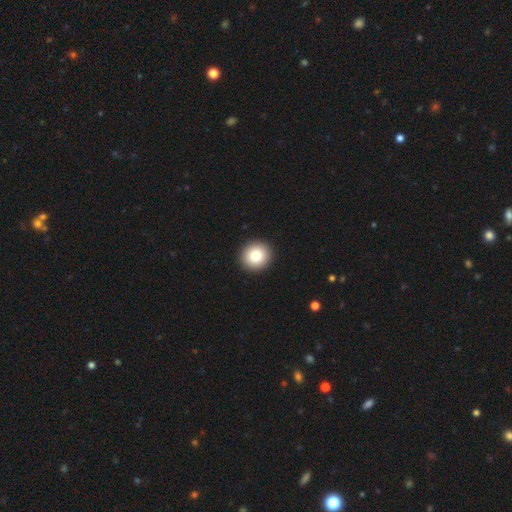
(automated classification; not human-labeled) The model was most divided on "smooth or featured": smooth: 81%, featured or disk: 9%, star or artifact: 9%. More confident: merging — none (93%); how rounded — round (92%).